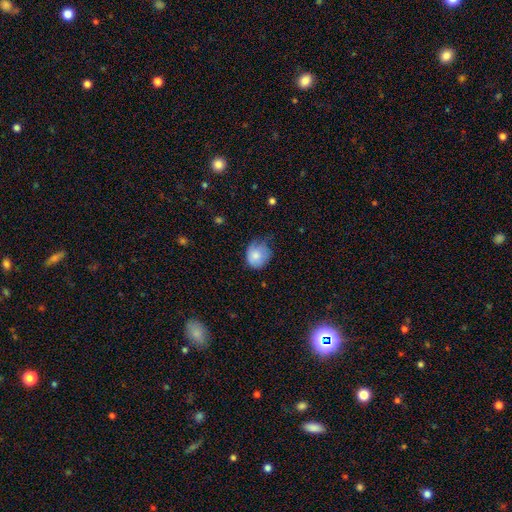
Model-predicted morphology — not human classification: Smooth or featured?
  - smooth: 78% *
  - featured or disk: 14%
  - star or artifact: 7%
How rounded?
  - round: 70% *
  - in between: 29%
  - cigar-shaped: 1%
Merging?
  - none: 45% *
  - minor disturbance: 40%
  - major disturbance: 13%
  - merger: 2%